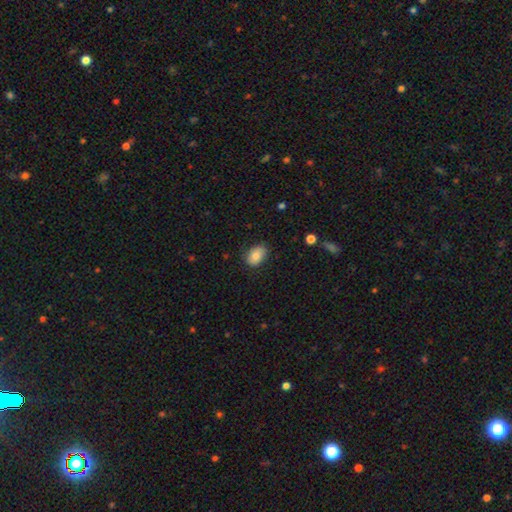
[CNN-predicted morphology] Smooth or featured? smooth (81%)
How rounded? in between (78%)
Merging? none (78%)